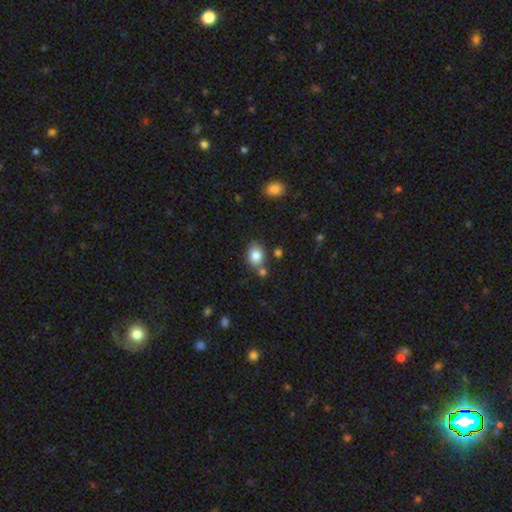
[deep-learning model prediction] Smooth or featured?
  - smooth: 83% *
  - star or artifact: 9%
  - featured or disk: 8%
How rounded?
  - in between: 53% *
  - round: 46%
  - cigar-shaped: 1%
Merging?
  - none: 66% *
  - minor disturbance: 15%
  - merger: 15%
  - major disturbance: 4%